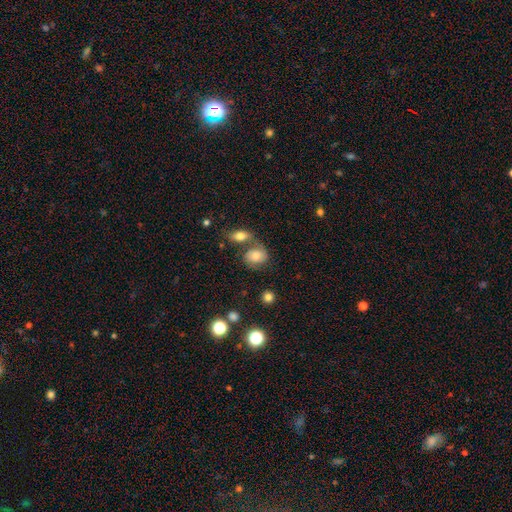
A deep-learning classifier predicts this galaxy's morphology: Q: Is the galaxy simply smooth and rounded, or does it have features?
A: smooth — 68%.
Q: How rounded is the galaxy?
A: in between — 54%.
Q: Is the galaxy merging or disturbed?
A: merger — 41%.